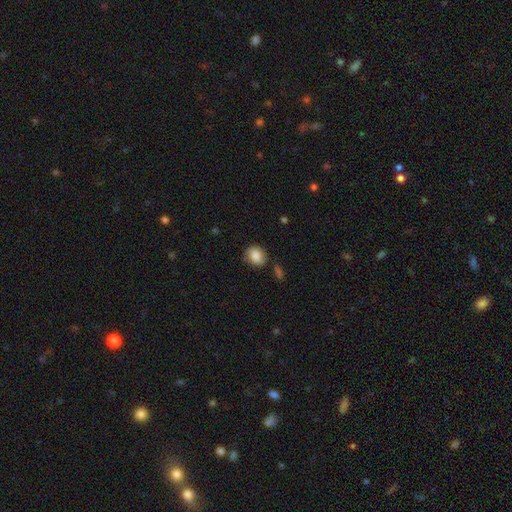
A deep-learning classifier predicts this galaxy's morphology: Smooth or featured? Predicted: smooth (p=0.80). How rounded? Predicted: round (p=0.66). Merging? Predicted: none (p=0.70).